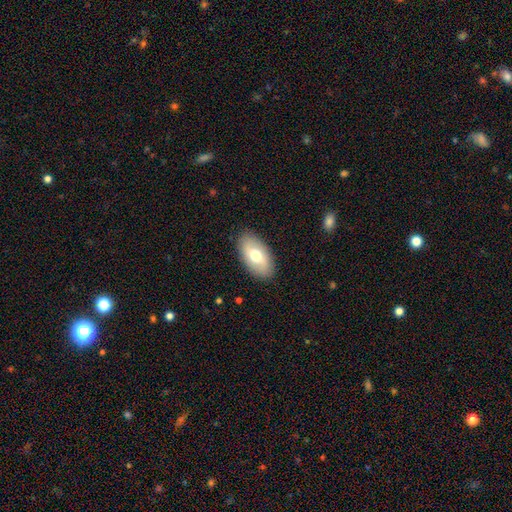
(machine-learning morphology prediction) Smooth or featured?
  - smooth: 65% *
  - featured or disk: 29%
  - star or artifact: 6%
How rounded?
  - in between: 94% *
  - round: 4%
  - cigar-shaped: 2%
Merging?
  - none: 87% *
  - minor disturbance: 10%
  - major disturbance: 3%
  - merger: 1%